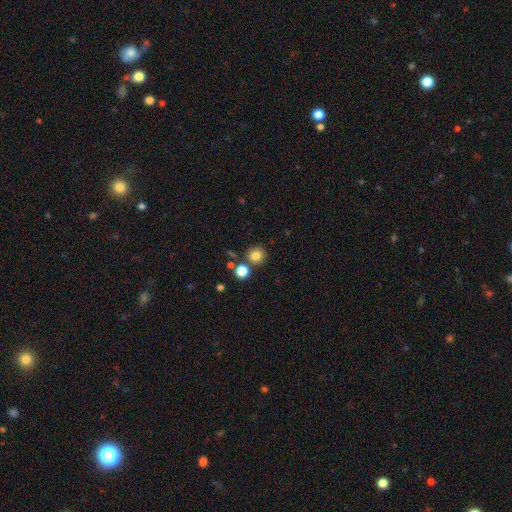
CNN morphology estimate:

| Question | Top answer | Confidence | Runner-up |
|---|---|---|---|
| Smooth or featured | smooth | 81% | star or artifact (12%) |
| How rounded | round | 90% | in between (9%) |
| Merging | none | 77% | merger (13%) |